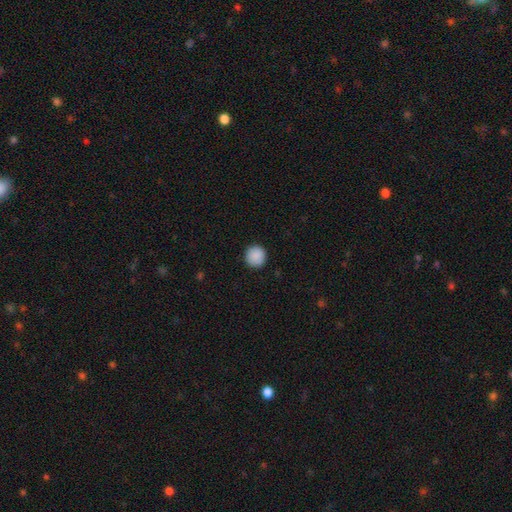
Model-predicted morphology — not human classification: Q: Smooth or featured?
A: smooth (89%); runner-up: star or artifact (8%)
Q: How rounded?
A: round (95%); runner-up: in between (4%)
Q: Merging?
A: none (91%); runner-up: minor disturbance (6%)